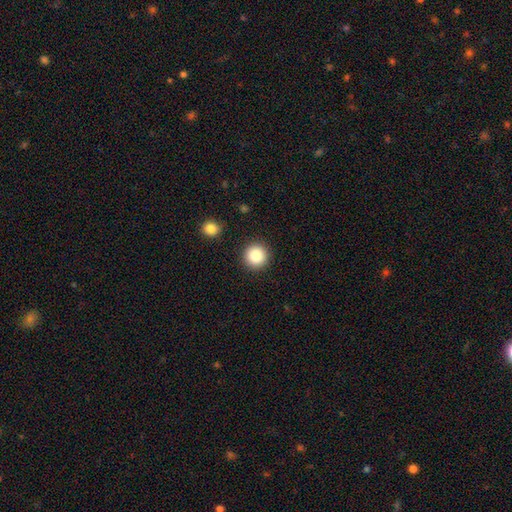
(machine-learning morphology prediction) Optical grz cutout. It shows a smooth galaxy with no disk features (85%) that is round (96%). Merging: none (91%).